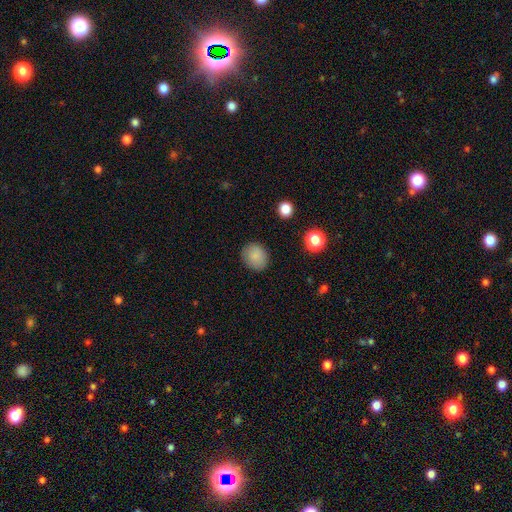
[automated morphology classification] smooth 85%, star or artifact 9%, featured or disk 5%. Down the decision tree: how rounded — round (73%); merging — none (86%).